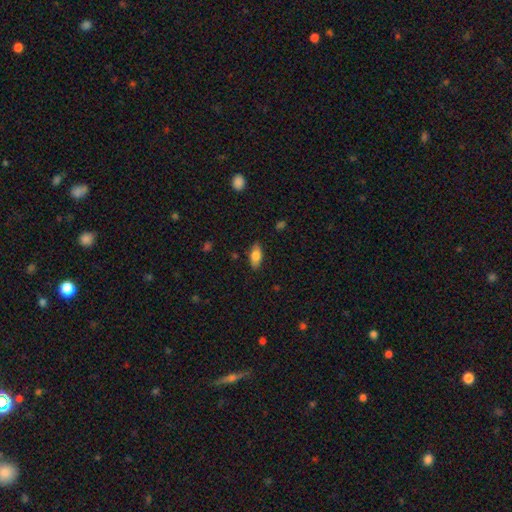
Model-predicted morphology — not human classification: smooth_or_featured: smooth (p=0.76) [alt: featured or disk p=0.17]
how_rounded: in between (p=0.86) [alt: cigar-shaped p=0.11]
merging: none (p=0.86) [alt: minor disturbance p=0.11]